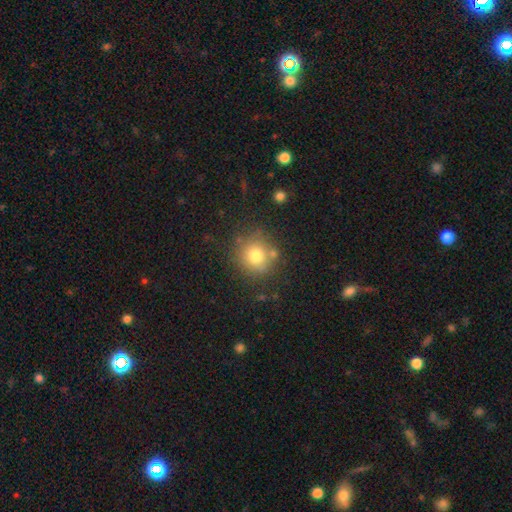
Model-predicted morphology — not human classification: smooth-or-featured: smooth: 76% | star or artifact: 13% | featured or disk: 11%
  how-rounded: round: 88% | in between: 11% | cigar-shaped: 1%
  merging: none: 75% | minor disturbance: 13% | merger: 7% | major disturbance: 5%